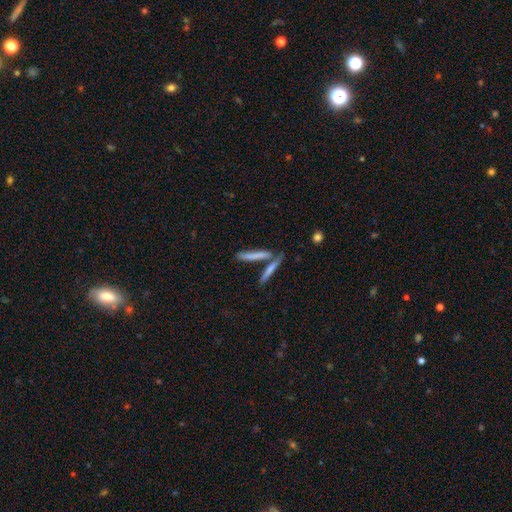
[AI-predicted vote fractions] A smooth galaxy with no disk features (62%) that is cigar-shaped (91%).

Vote fractions:
- Smooth or featured? smooth: 62% / featured or disk: 30% / star or artifact: 8%
- How rounded? cigar-shaped: 91% / in between: 7% / round: 2%
- Merging? none: 63% / merger: 23% / minor disturbance: 10% / major disturbance: 4%